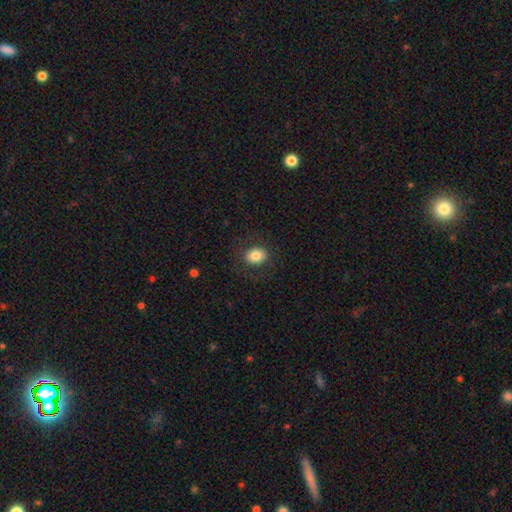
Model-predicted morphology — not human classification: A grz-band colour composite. It shows a smooth galaxy with no disk features (82%) that is in between round and cigar-shaped (52%). Merging: none (86%).